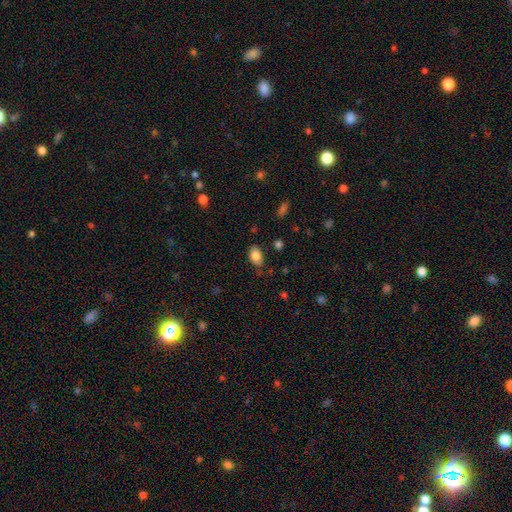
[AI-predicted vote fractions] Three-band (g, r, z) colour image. It shows a smooth galaxy with no disk features (83%) that is in between round and cigar-shaped (89%). Merging: none (79%).